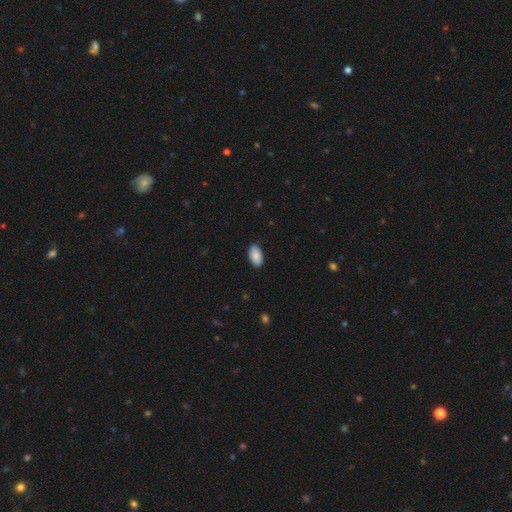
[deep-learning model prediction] Overall: smooth (87%). How rounded: in between (95%). Merging: none (86%).